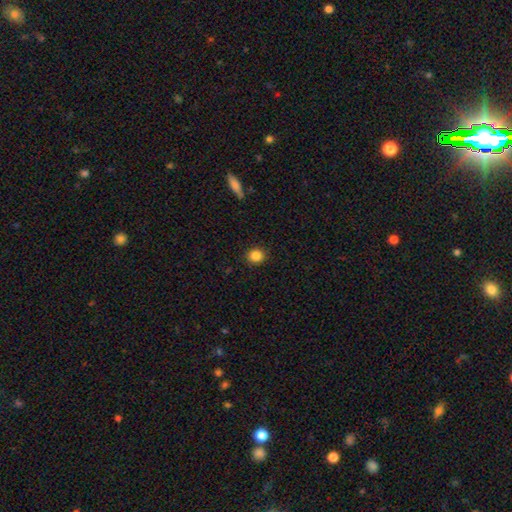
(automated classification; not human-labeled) A smooth galaxy with no disk features (86%) that is round (84%). Merging: none (90%).